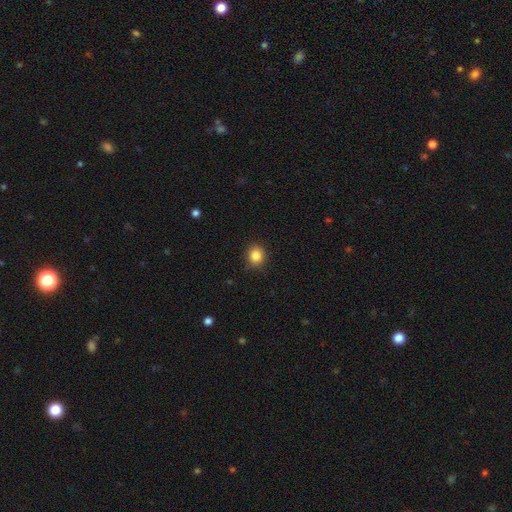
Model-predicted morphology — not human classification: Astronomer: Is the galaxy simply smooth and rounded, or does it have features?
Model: smooth — 85%.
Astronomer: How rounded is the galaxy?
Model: round — 78%.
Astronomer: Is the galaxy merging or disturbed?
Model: none — 86%.